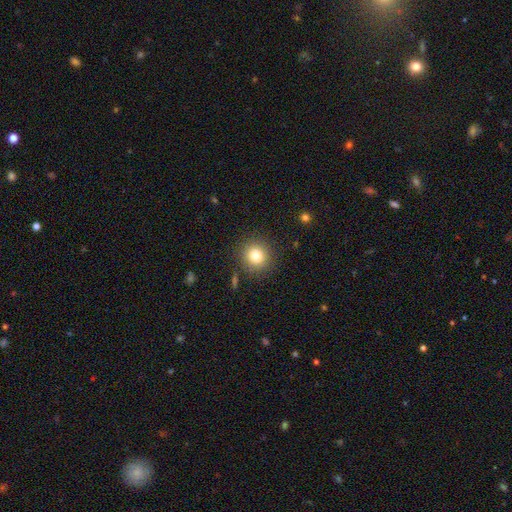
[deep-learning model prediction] smooth_or_featured: smooth (p=0.79) [alt: star or artifact p=0.12]
how_rounded: round (p=0.93) [alt: in between p=0.06]
merging: none (p=0.89) [alt: minor disturbance p=0.07]